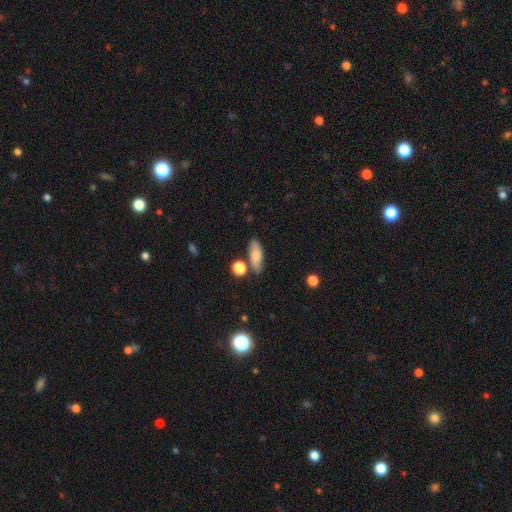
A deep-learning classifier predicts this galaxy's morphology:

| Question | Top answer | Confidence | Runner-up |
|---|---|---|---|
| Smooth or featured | smooth | 77% | featured or disk (15%) |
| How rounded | in between | 68% | cigar-shaped (27%) |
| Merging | none | 74% | minor disturbance (14%) |